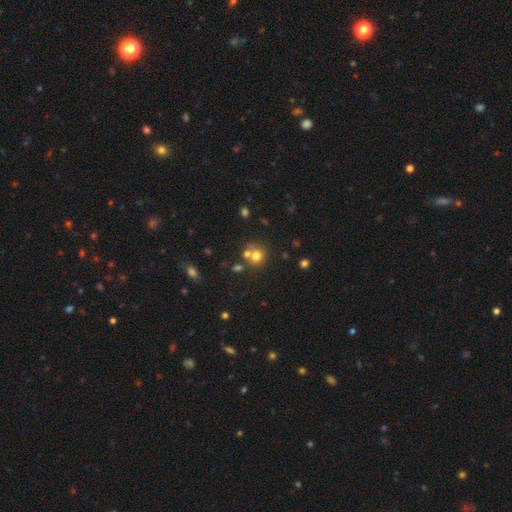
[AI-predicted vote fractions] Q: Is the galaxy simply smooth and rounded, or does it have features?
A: smooth — 69%.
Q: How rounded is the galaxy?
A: round — 82%.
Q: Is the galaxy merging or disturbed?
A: none — 49%.